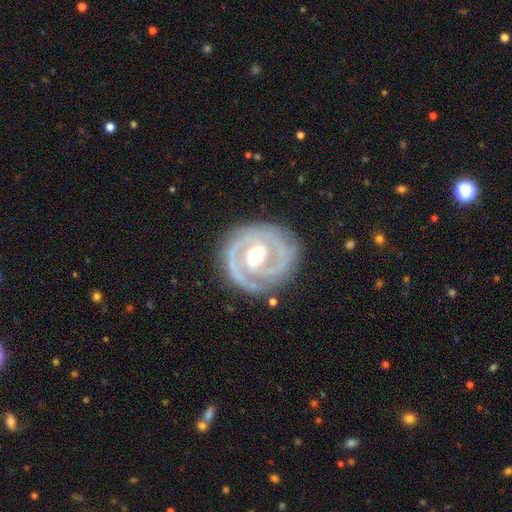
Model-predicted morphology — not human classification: Smooth or featured?
  - featured or disk: 89% *
  - smooth: 7%
  - star or artifact: 4%
Edge-on disk?
  - no: 97% *
  - yes: 3%
Bar?
  - weak: 44% *
  - no: 28%
  - strong: 27%
Spiral arms?
  - yes: 92% *
  - no: 8%
Spiral winding?
  - tight: 63% *
  - medium: 30%
  - loose: 8%
Spiral arm count?
  - 2: 62% *
  - can't tell: 13%
  - 3: 12%
  - 1: 6%
  - 4: 3%
  - more than 4: 3%
Bulge size?
  - moderate: 75% *
  - small: 12%
  - large: 10%
  - dominant: 1%
  - none: 1%
Merging?
  - none: 78% *
  - minor disturbance: 14%
  - major disturbance: 6%
  - merger: 2%